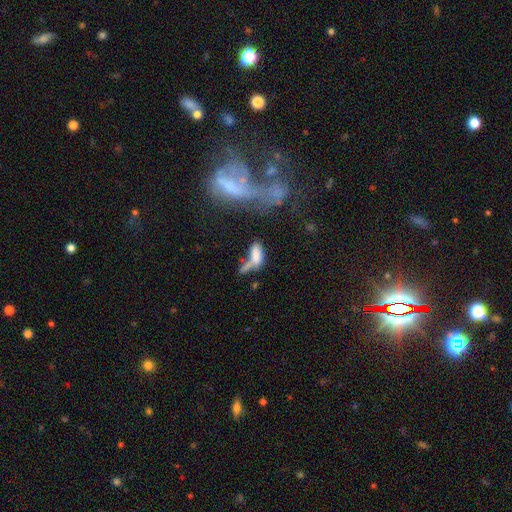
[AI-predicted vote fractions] Smooth or featured? smooth (69%)
How rounded? in between (73%)
Merging? merger (44%)